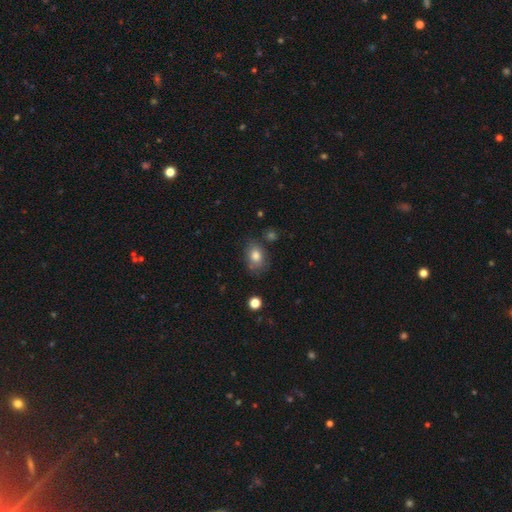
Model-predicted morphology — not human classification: Q: Smooth or featured?
A: smooth (80%); runner-up: featured or disk (10%)
Q: How rounded?
A: in between (65%); runner-up: round (34%)
Q: Merging?
A: none (66%); runner-up: minor disturbance (22%)